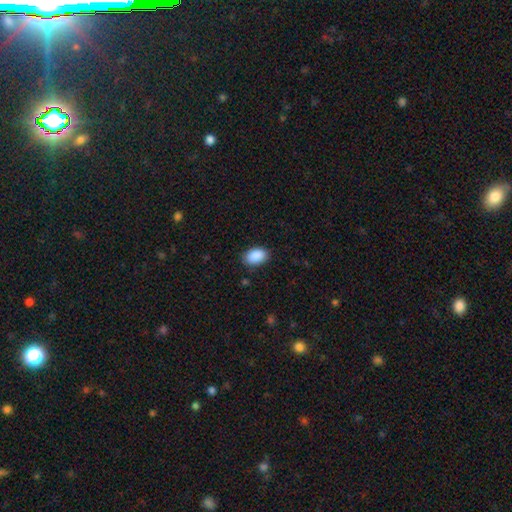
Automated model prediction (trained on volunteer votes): This is clearly a smooth galaxy (90%). How rounded: clearly in between (89%). Merging: clearly none (85%).